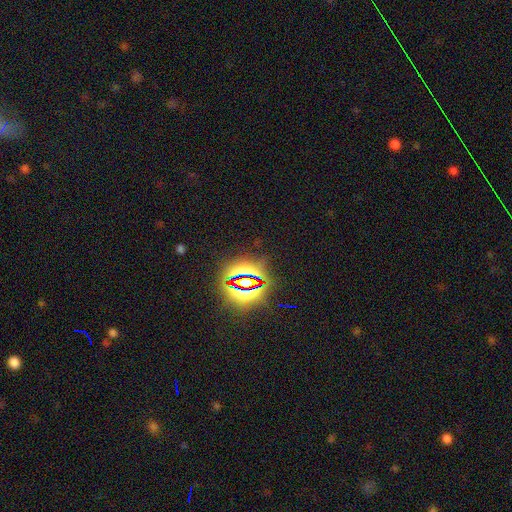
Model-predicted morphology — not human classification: Smooth or featured? Predicted: star or artifact (p=0.84).